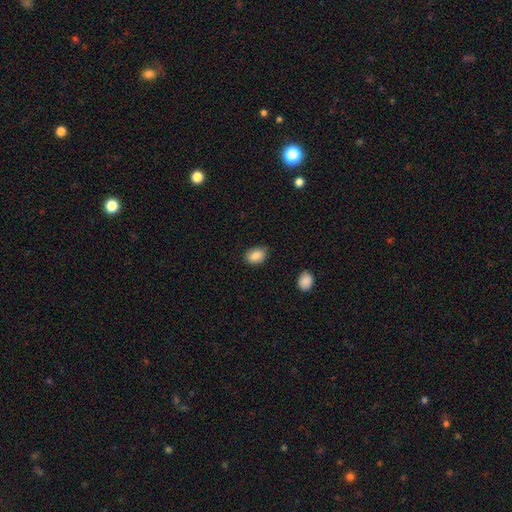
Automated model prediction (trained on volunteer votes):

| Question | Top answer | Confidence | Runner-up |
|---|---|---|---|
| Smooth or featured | smooth | 86% | star or artifact (8%) |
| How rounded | in between | 71% | round (28%) |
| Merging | none | 78% | minor disturbance (18%) |